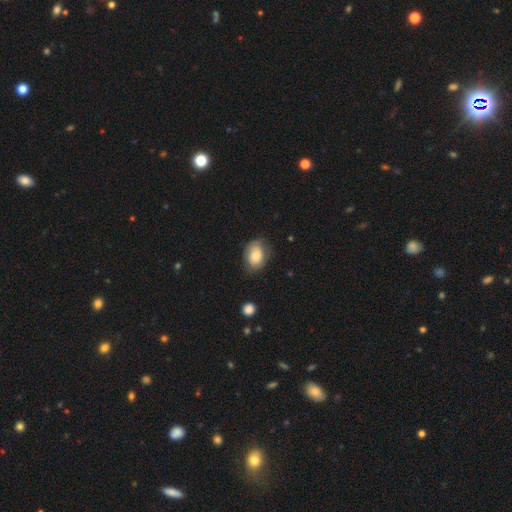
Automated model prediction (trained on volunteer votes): Q: Smooth or featured?
A: smooth (72%); runner-up: featured or disk (20%)
Q: How rounded?
A: in between (74%); runner-up: round (25%)
Q: Merging?
A: none (68%); runner-up: minor disturbance (24%)